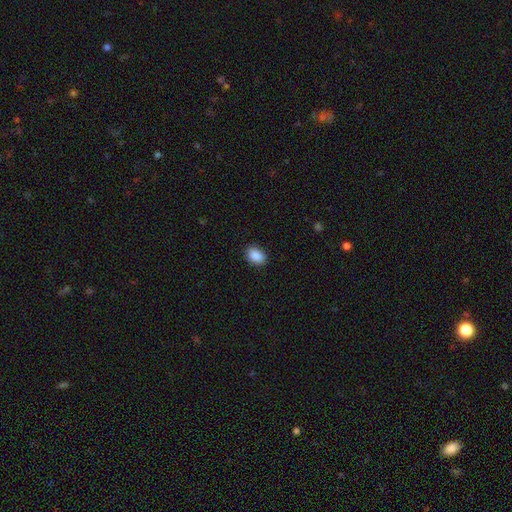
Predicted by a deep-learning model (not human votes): Smooth or featured: smooth — 89% (star or artifact — 7%)
How rounded: in between — 81% (round — 17%)
Merging: none — 89% (minor disturbance — 8%)